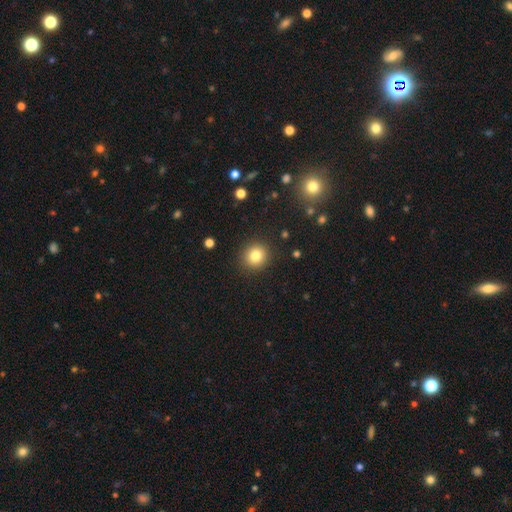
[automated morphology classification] Smooth or featured? smooth (82%)
How rounded? round (88%)
Merging? none (90%)